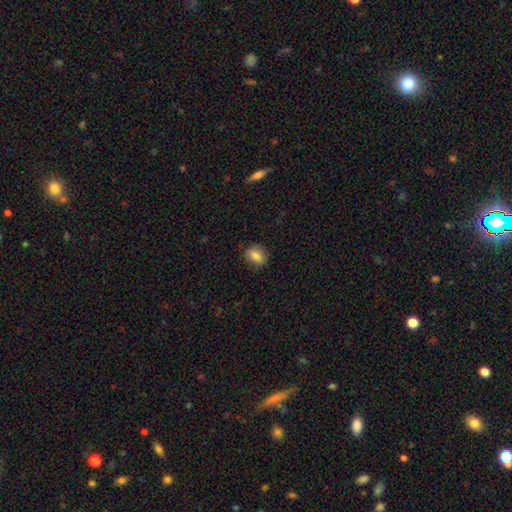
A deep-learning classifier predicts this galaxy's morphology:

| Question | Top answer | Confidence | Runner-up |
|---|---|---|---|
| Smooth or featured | smooth | 81% | featured or disk (10%) |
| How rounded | in between | 57% | round (41%) |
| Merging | none | 84% | minor disturbance (13%) |